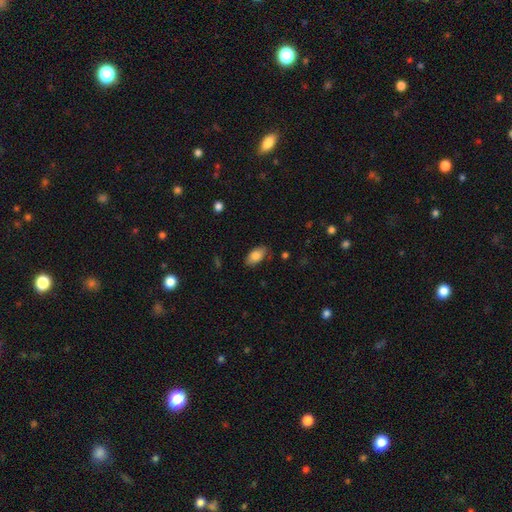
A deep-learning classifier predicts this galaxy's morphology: type=smooth (84%); roundness=in between (93%); merging=none (82%).